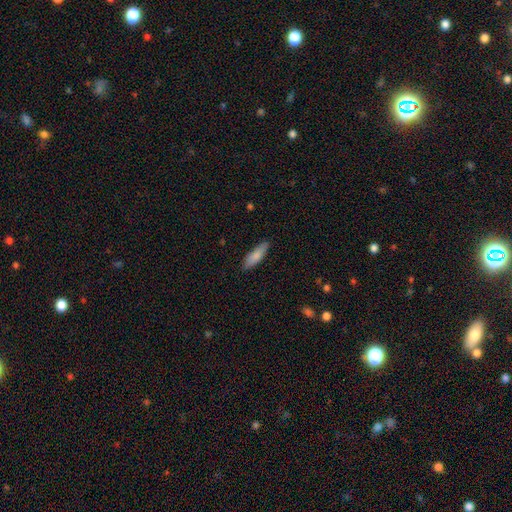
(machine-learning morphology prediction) A smooth galaxy with no disk features (81%) that is cigar-shaped (57%). Merging: none (87%).